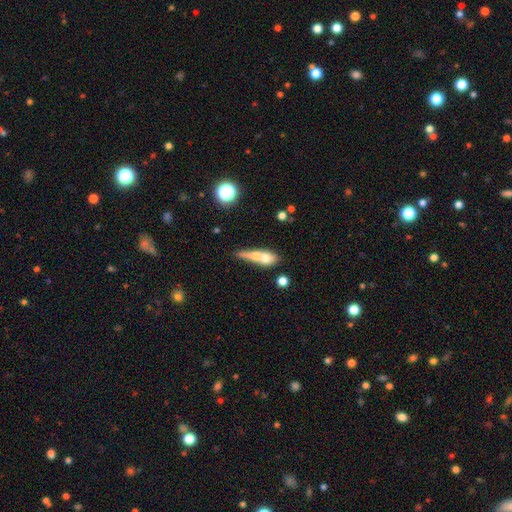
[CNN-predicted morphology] A smooth galaxy with no disk features (57%) that is cigar-shaped (50%). Merging: merger (54%).